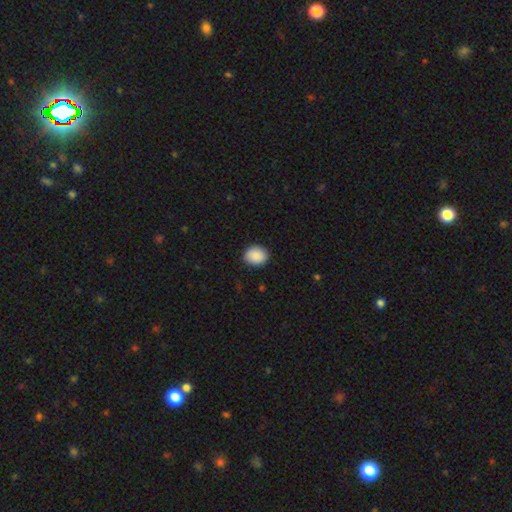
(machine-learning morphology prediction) smooth-or-featured: smooth: 90% | star or artifact: 7% | featured or disk: 3%
  how-rounded: round: 55% | in between: 44% | cigar-shaped: 1%
  merging: none: 88% | minor disturbance: 9% | major disturbance: 2% | merger: 1%